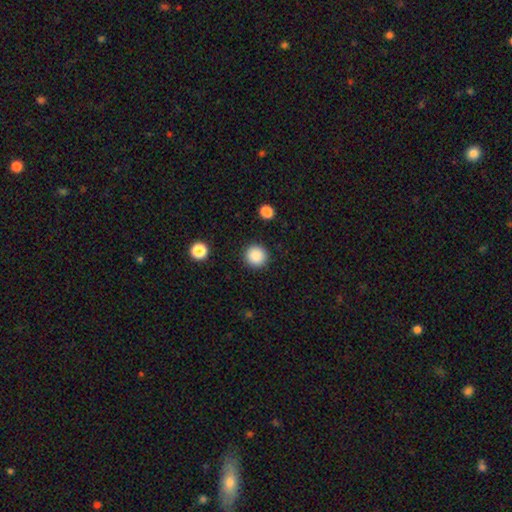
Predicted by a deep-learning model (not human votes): The model was most divided on "smooth or featured": smooth: 88%, star or artifact: 9%, featured or disk: 3%. More confident: how rounded — round (95%); merging — none (91%).